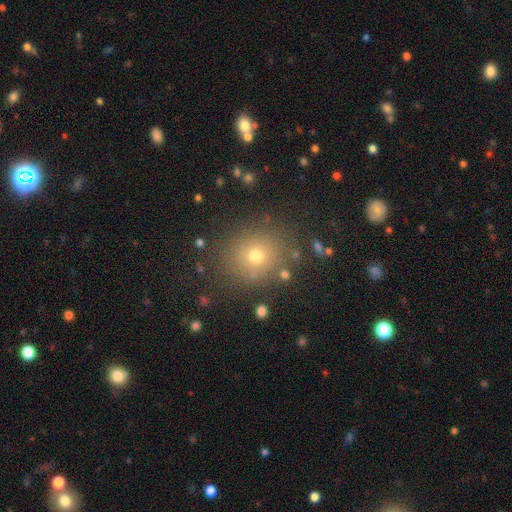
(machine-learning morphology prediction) smooth-or-featured: smooth: 68% | star or artifact: 22% | featured or disk: 10%
  how-rounded: round: 77% | in between: 22% | cigar-shaped: 1%
  merging: none: 85% | minor disturbance: 9% | major disturbance: 4% | merger: 3%